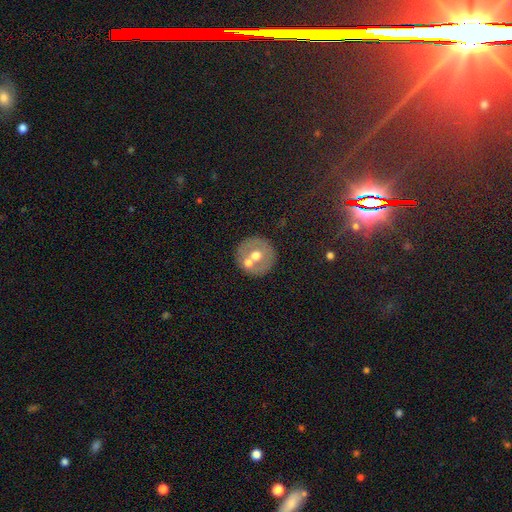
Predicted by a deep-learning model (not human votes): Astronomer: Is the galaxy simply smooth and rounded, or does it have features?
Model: smooth — 50% (runner-up: featured or disk, 41%).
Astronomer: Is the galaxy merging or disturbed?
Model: none — 63%.